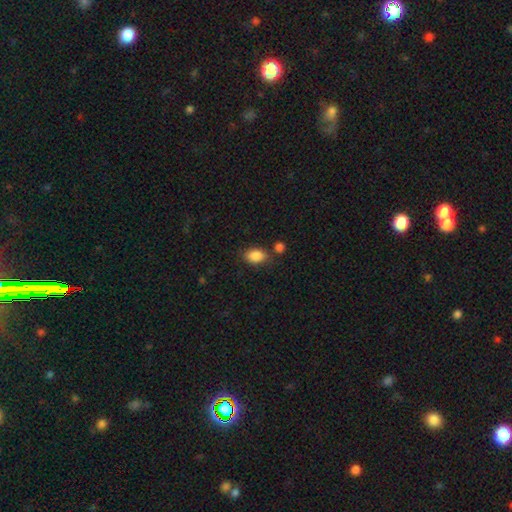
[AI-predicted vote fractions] The model was most divided on "merging": none: 74%, minor disturbance: 14%, merger: 9%, major disturbance: 4%. More confident: smooth or featured — smooth (87%); how rounded — in between (86%).